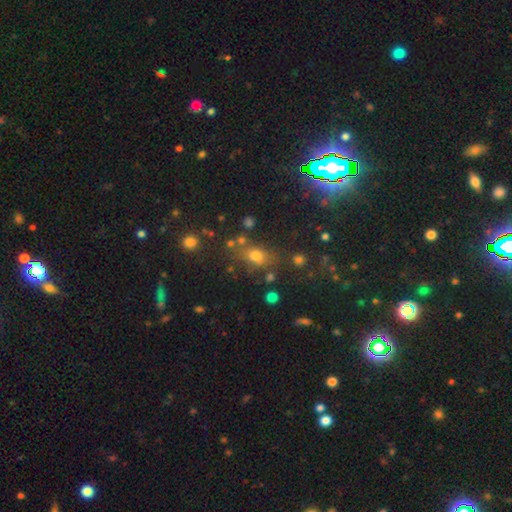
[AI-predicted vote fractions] smooth_or_featured: smooth (p=0.61) [alt: star or artifact p=0.28]
how_rounded: in between (p=0.54) [alt: round p=0.42]
merging: none (p=0.70) [alt: minor disturbance p=0.14]